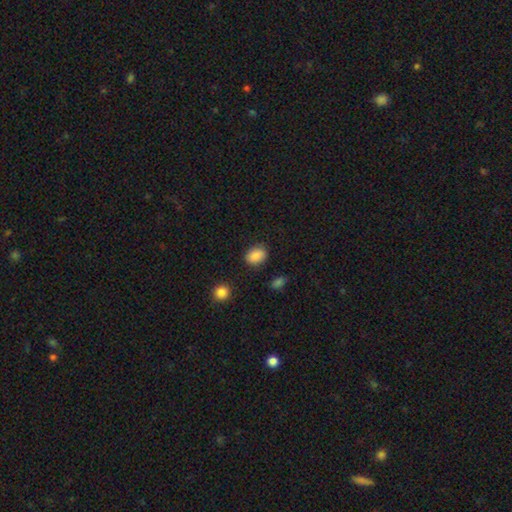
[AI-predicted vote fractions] The model was most divided on "how rounded": in between: 70%, round: 29%, cigar-shaped: 1%. More confident: smooth or featured — smooth (87%); merging — none (83%).